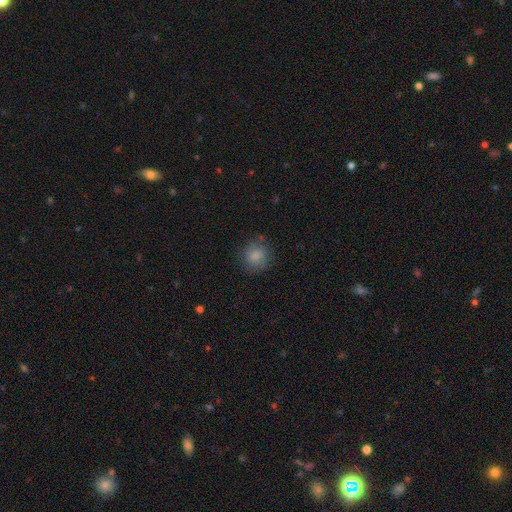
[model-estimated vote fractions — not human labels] A smooth galaxy with no disk features (83%) that is round (84%). Merging: none (80%).